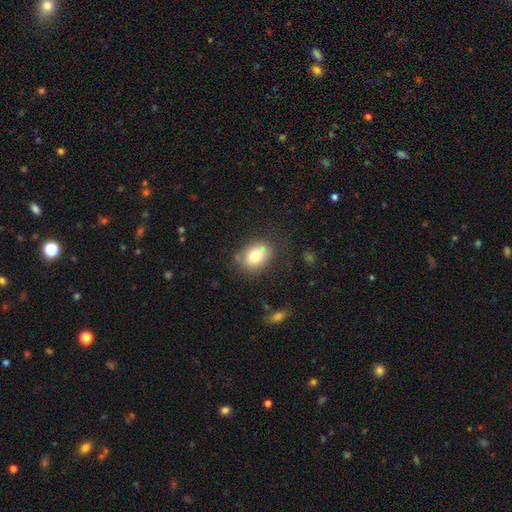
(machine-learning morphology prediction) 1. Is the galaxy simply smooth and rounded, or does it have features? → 76% smooth, 15% featured or disk, 9% star or artifact.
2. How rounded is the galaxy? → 70% in between, 29% round, 1% cigar-shaped.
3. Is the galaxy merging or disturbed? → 76% none, 16% minor disturbance, 5% major disturbance, 3% merger.